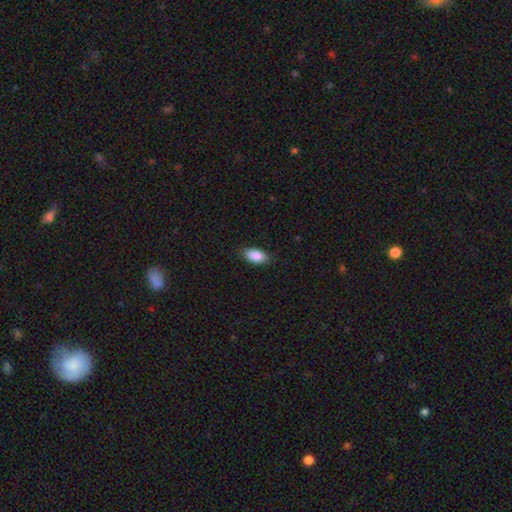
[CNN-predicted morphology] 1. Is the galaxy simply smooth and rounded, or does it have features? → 89% smooth, 7% star or artifact, 4% featured or disk.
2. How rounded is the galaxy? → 93% in between, 4% cigar-shaped, 3% round.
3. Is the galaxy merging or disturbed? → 84% none, 12% minor disturbance, 2% major disturbance, 1% merger.